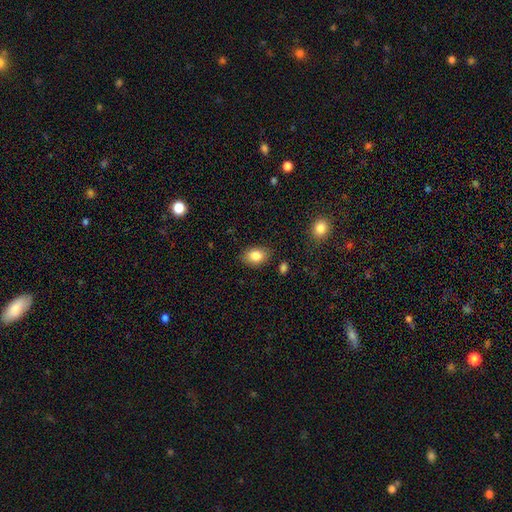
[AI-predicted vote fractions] This is clearly a smooth galaxy (84%). How rounded: likely in between (77%). Merging: clearly none (85%).